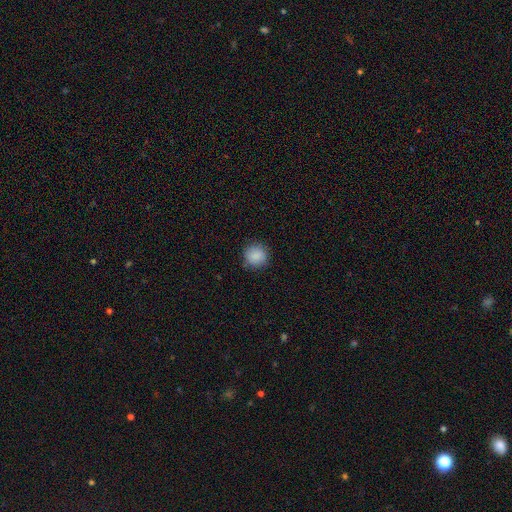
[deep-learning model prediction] Overall: smooth (88%). How rounded: round (92%). Merging: none (87%).